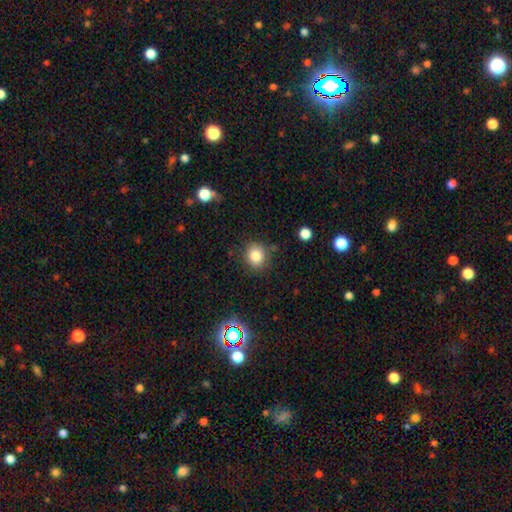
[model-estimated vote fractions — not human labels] Q: Smooth or featured?
A: smooth (83%); runner-up: star or artifact (11%)
Q: How rounded?
A: round (79%); runner-up: in between (20%)
Q: Merging?
A: none (81%); runner-up: minor disturbance (13%)